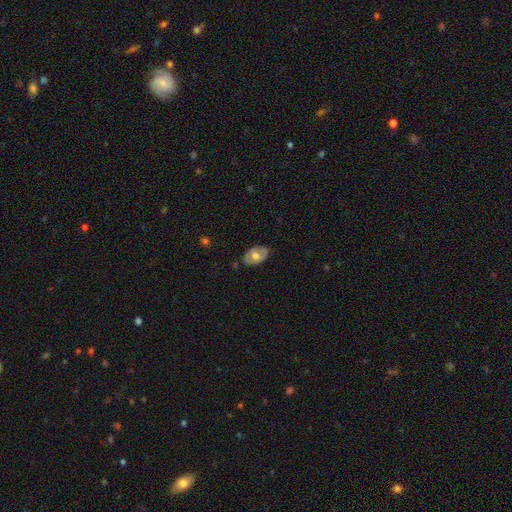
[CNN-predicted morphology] Smooth or featured? smooth (55%)
How rounded? in between (88%)
Merging? none (80%)